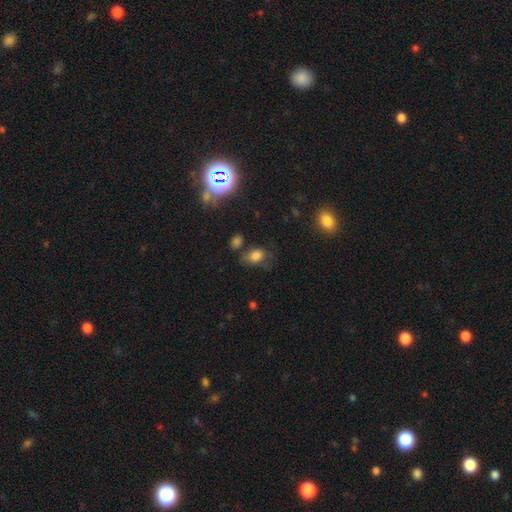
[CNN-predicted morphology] smooth_or_featured: smooth (p=0.73) [alt: star or artifact p=0.16]
how_rounded: in between (p=0.75) [alt: round p=0.23]
merging: none (p=0.53) [alt: minor disturbance p=0.25]